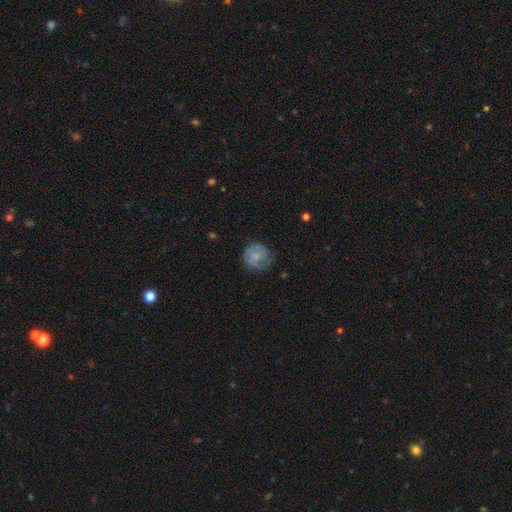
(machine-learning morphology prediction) smooth 62%, featured or disk 30%, star or artifact 8%. Down the decision tree: how rounded — round (87%); merging — none (64%).